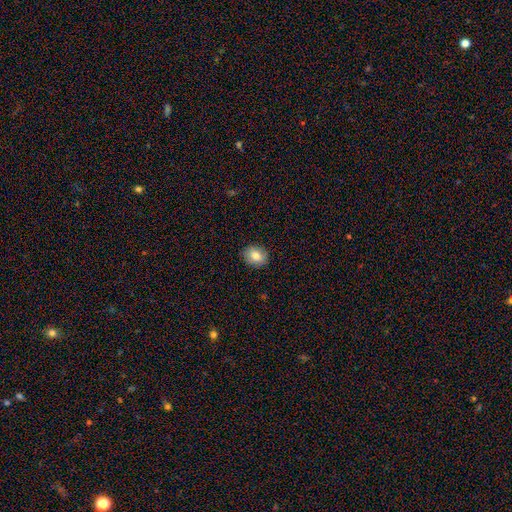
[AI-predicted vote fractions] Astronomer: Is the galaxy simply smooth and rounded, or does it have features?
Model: smooth — 80%.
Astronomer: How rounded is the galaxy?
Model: round — 58% (runner-up: in between, 41%).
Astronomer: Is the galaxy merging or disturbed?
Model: none — 88%.